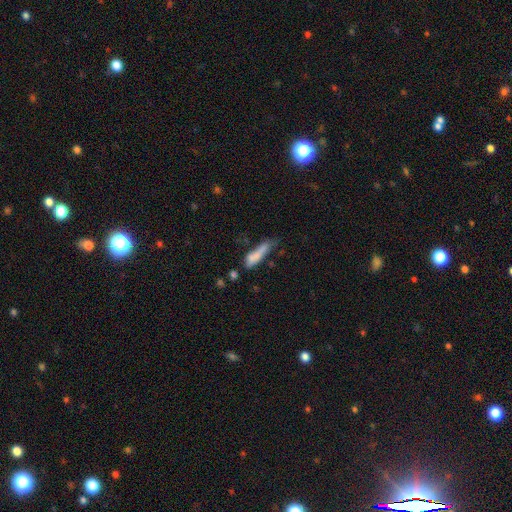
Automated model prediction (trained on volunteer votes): This is likely a smooth galaxy (76%). How rounded: likely cigar-shaped (72%). Merging: marginally none (37%).